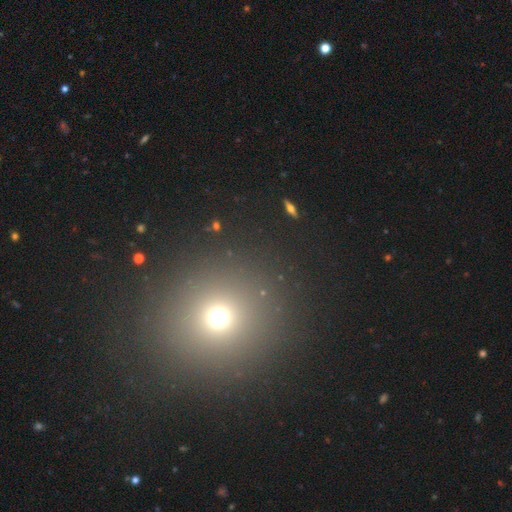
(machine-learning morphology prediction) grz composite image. It shows a smooth galaxy with no disk features (61%) that is round (90%). Merging: none (91%).